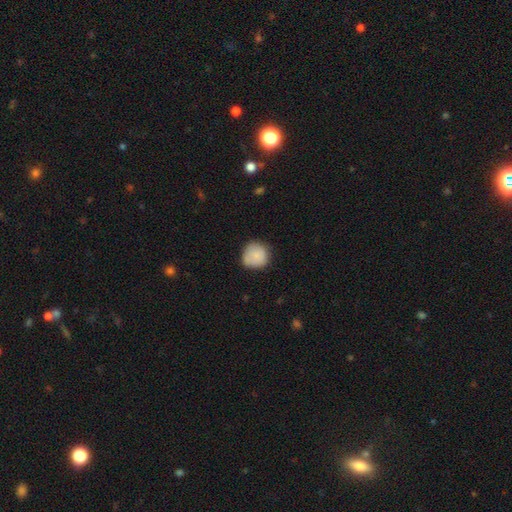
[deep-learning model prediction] smooth-or-featured: smooth: 85% | star or artifact: 7% | featured or disk: 7%
  how-rounded: round: 91% | in between: 8% | cigar-shaped: 1%
  merging: none: 71% | minor disturbance: 23% | major disturbance: 4% | merger: 2%